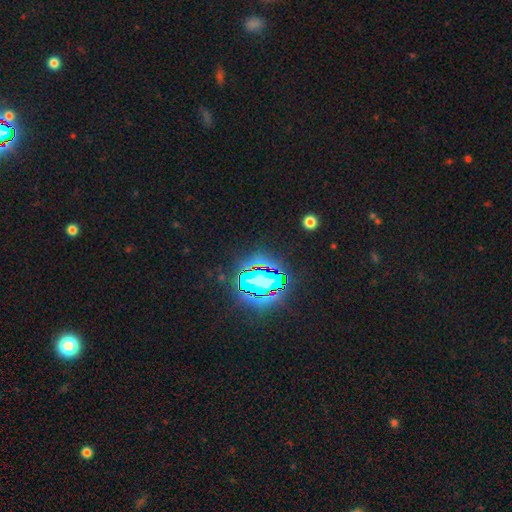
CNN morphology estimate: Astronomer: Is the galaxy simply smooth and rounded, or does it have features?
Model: star or artifact — 81%.